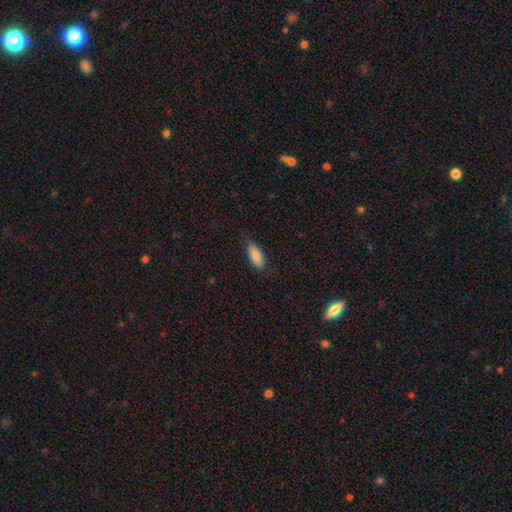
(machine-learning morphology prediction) Smooth or featured? smooth (87%)
How rounded? in between (77%)
Merging? none (81%)